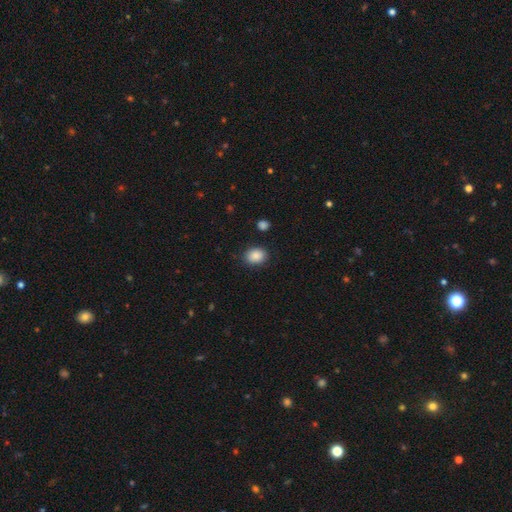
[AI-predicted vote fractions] This is clearly a smooth galaxy (89%). How rounded: likely in between (61%). Merging: clearly none (87%).